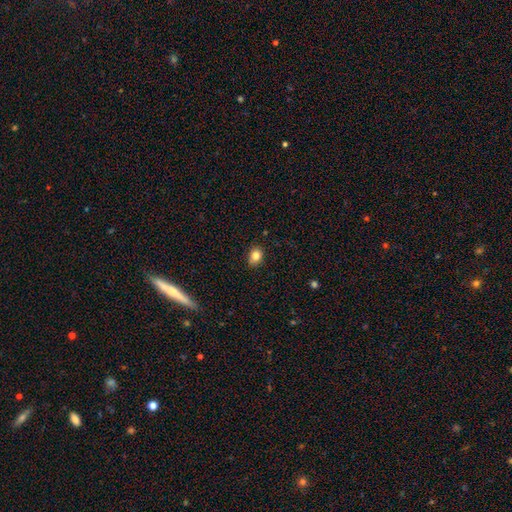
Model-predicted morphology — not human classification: type=smooth (83%); roundness=in between (56%); merging=none (84%).